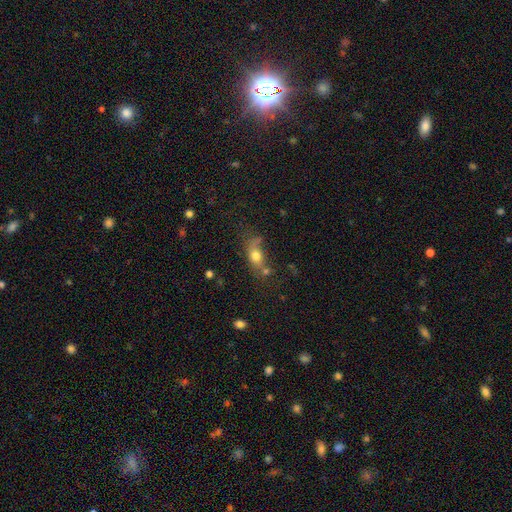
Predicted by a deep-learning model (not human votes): Q: Smooth or featured?
A: smooth (72%); runner-up: featured or disk (16%)
Q: How rounded?
A: in between (64%); runner-up: round (28%)
Q: Merging?
A: none (41%); runner-up: minor disturbance (23%)